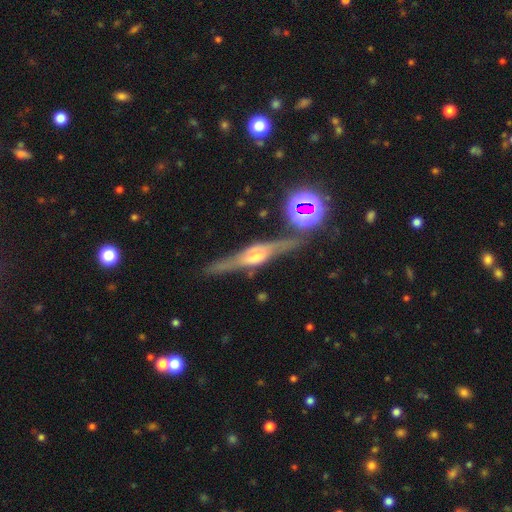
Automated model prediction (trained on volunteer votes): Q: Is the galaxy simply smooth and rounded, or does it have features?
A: featured or disk — 77%.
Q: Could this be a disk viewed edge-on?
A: yes — 94%.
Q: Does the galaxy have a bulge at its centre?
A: rounded — 68%.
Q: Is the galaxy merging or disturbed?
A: none — 77%.